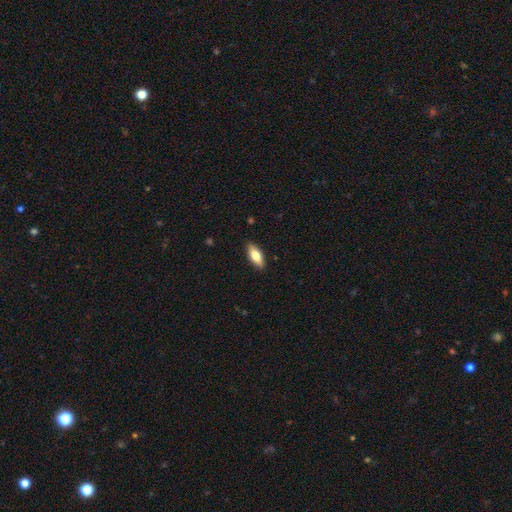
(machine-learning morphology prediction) smooth_or_featured: smooth (p=0.74) [alt: featured or disk p=0.20]
how_rounded: in between (p=0.76) [alt: cigar-shaped p=0.21]
merging: none (p=0.89) [alt: minor disturbance p=0.09]